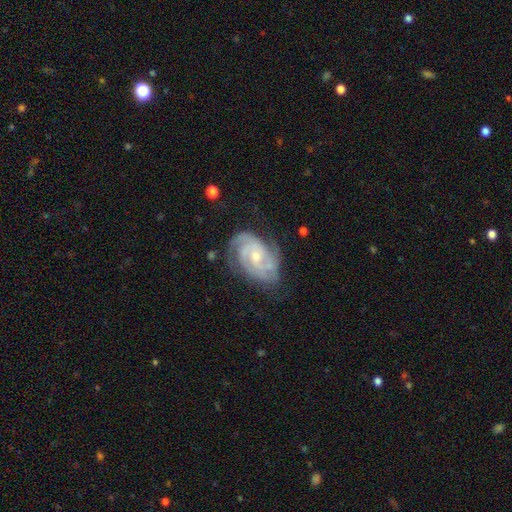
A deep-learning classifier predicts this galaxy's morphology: smooth_or_featured: featured or disk (p=0.89) [alt: smooth p=0.06]
disk_edge_on: no (p=0.97) [alt: yes p=0.03]
bar: no (p=0.61) [alt: weak p=0.32]
has_spiral_arms: yes (p=0.98) [alt: no p=0.02]
spiral_winding: tight (p=0.66) [alt: medium p=0.30]
spiral_arm_count: 3 (p=0.36) [alt: 2 p=0.33]
bulge_size: small (p=0.56) [alt: moderate p=0.40]
merging: none (p=0.72) [alt: minor disturbance p=0.20]